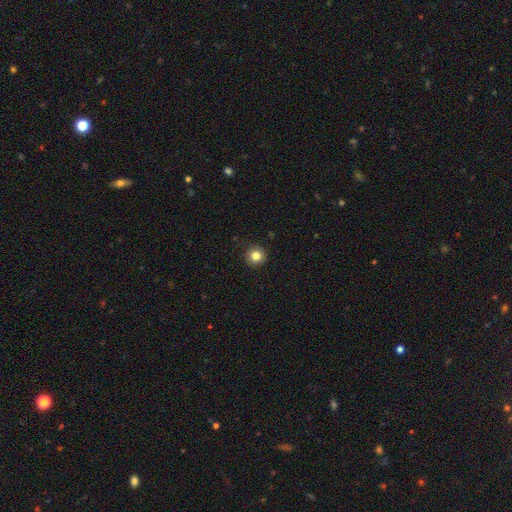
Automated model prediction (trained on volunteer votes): The model was most divided on "smooth or featured": smooth: 83%, star or artifact: 11%, featured or disk: 6%. More confident: how rounded — round (95%); merging — none (91%).